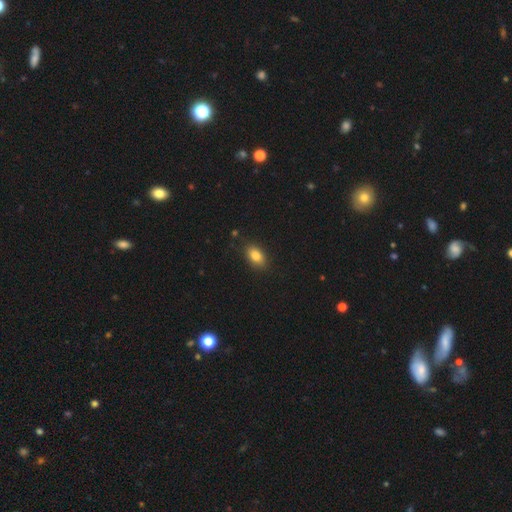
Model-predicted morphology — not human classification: A smooth galaxy with no disk features (82%) that is in between round and cigar-shaped (86%). Merging: none (86%).